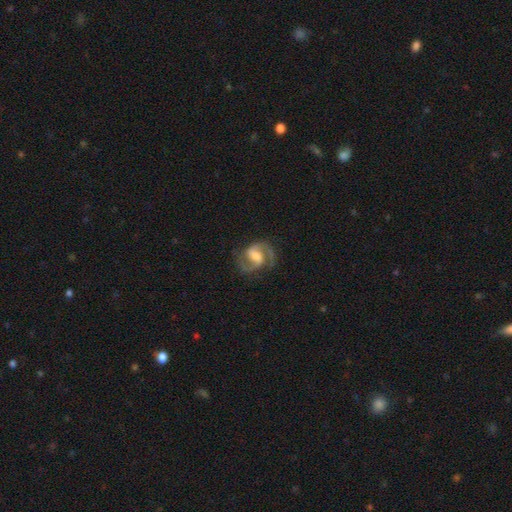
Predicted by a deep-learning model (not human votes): Overall: featured or disk (88%). Edge-on disk: no (98%). Bar: weak (51%; strong 27%). Spiral arms: yes (97%). Spiral arm count: 2 (92%). Spiral winding: medium (62%). Bulge size: moderate (42%; large 22%). Merging: none (76%).